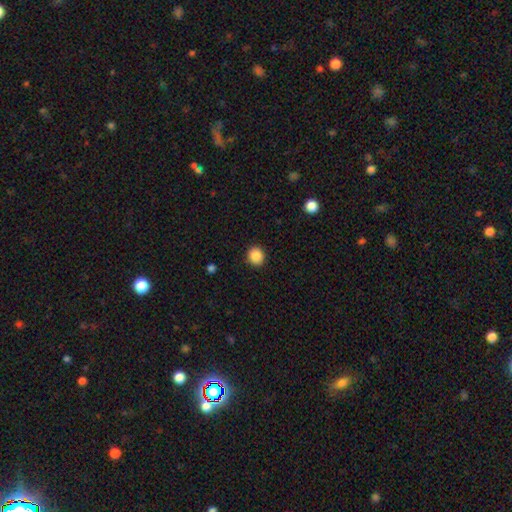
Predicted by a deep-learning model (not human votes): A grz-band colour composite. It shows a smooth galaxy with no disk features (87%) that is round (90%). Merging: none (92%).